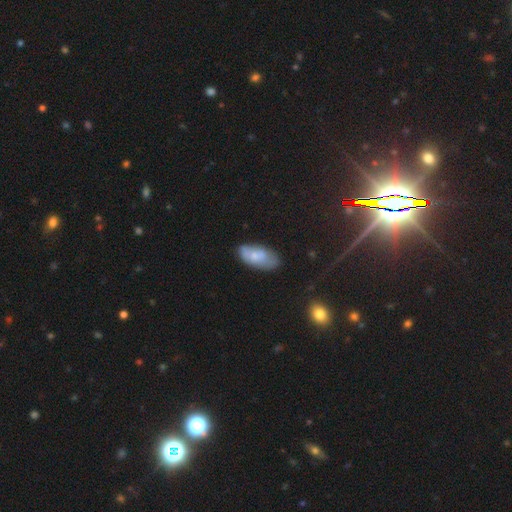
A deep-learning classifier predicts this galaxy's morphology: This appears to be a smooth galaxy with no disk features (68%) that is in between round and cigar-shaped (92%). Merging: none (61%).